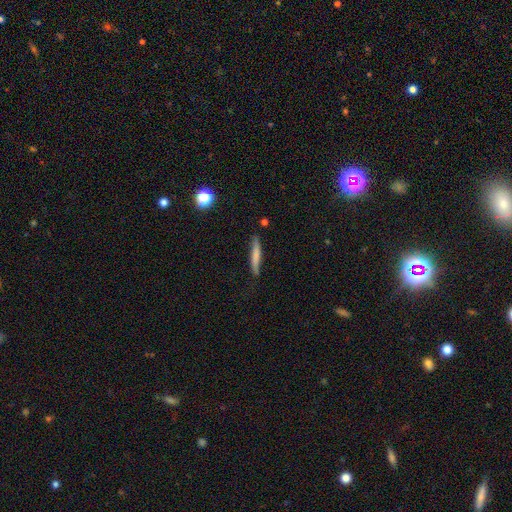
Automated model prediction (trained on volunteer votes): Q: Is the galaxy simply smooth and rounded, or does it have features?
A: smooth — 67%.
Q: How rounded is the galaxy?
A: cigar-shaped — 94%.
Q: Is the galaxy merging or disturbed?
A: none — 77%.